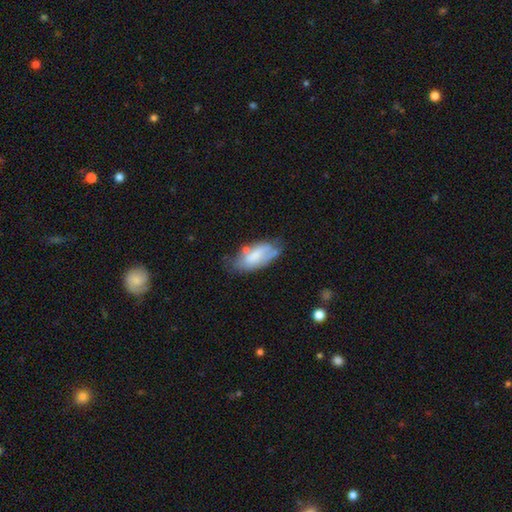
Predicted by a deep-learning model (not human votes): Smooth or featured? smooth (58%)
How rounded? in between (89%)
Merging? none (46%)